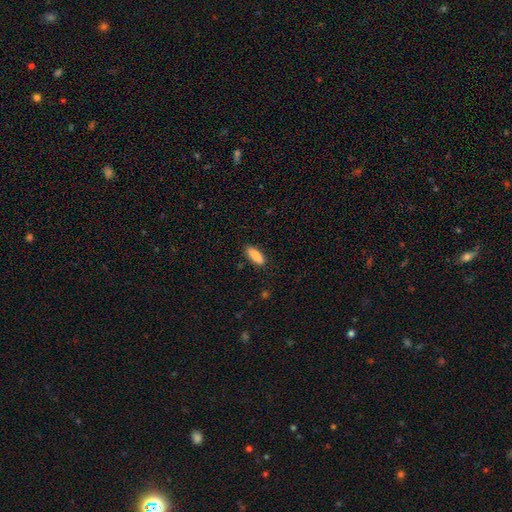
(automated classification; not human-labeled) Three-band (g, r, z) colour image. It shows a smooth galaxy with no disk features (85%) that is in between round and cigar-shaped (78%). Merging: none (85%).